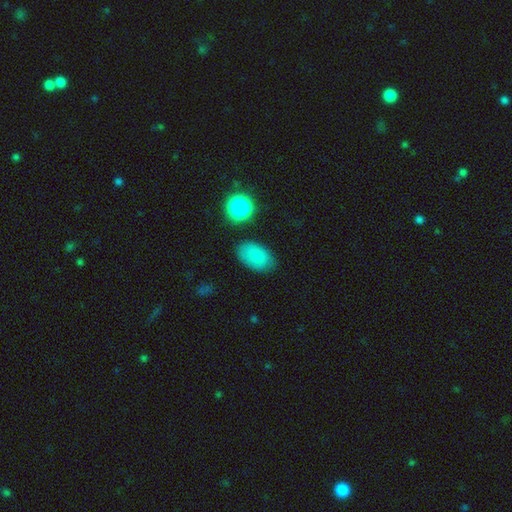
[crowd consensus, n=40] smooth_or_featured: smooth (p=0.85) [alt: star or artifact p=0.12]
how_rounded: in between (p=0.94) [alt: round p=0.06]
merging: none (p=0.91) [alt: minor disturbance p=0.06]